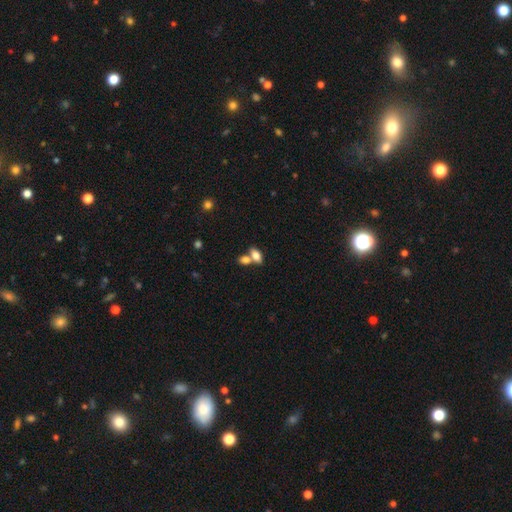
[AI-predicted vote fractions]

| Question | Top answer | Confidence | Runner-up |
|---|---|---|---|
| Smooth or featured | smooth | 77% | featured or disk (15%) |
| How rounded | in between | 85% | cigar-shaped (8%) |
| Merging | merger | 46% | none (42%) |